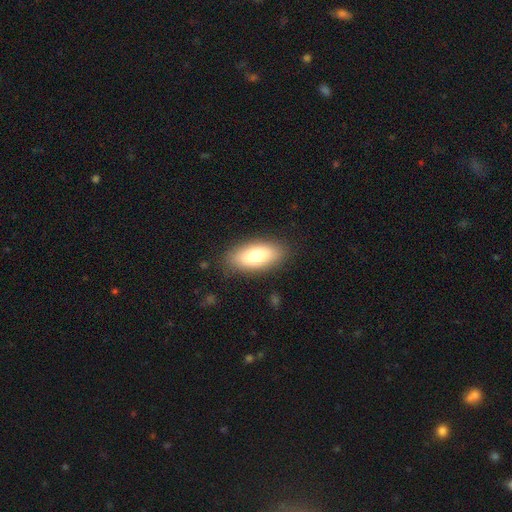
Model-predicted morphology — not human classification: A smooth galaxy with no disk features (75%) that is in between round and cigar-shaped (87%). Merging: none (85%).